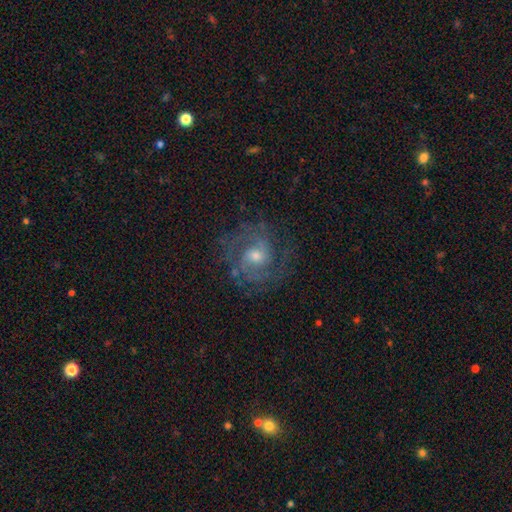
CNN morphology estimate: This appears to be a featured or disk galaxy (80%) with no bar (56%), 2 (56%) medium (48%) spiral arms (93%) and a moderate central bulge (54%). Merging: none (73%).